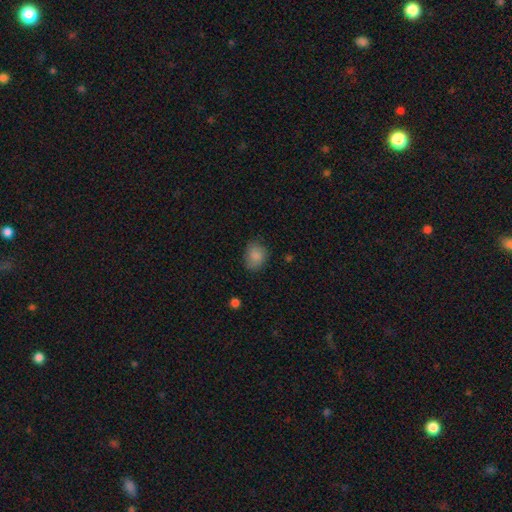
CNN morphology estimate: Smooth or featured?
  - smooth: 84% *
  - star or artifact: 8%
  - featured or disk: 7%
How rounded?
  - round: 51% *
  - in between: 48%
  - cigar-shaped: 1%
Merging?
  - none: 73% *
  - minor disturbance: 20%
  - major disturbance: 5%
  - merger: 1%